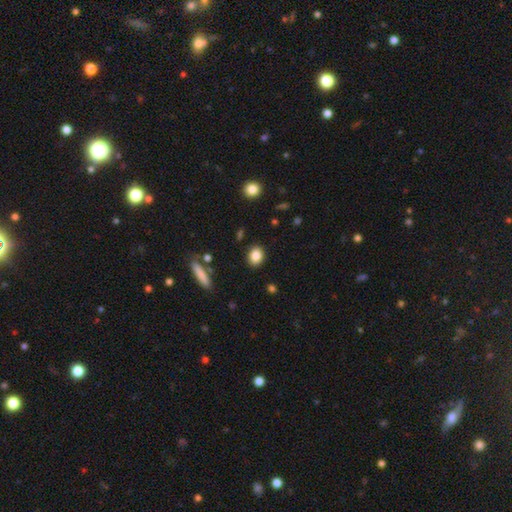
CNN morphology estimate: Q: Smooth or featured?
A: smooth (85%); runner-up: star or artifact (9%)
Q: How rounded?
A: in between (55%); runner-up: round (43%)
Q: Merging?
A: none (89%); runner-up: minor disturbance (7%)